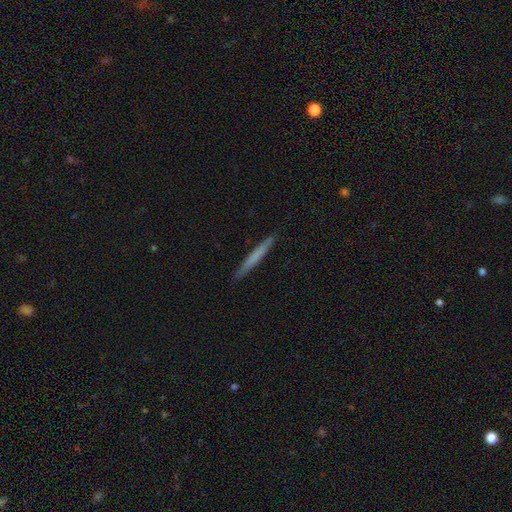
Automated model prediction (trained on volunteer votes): Q: Smooth or featured?
A: smooth (63%); runner-up: featured or disk (32%)
Q: How rounded?
A: cigar-shaped (97%); runner-up: in between (2%)
Q: Merging?
A: none (91%); runner-up: minor disturbance (7%)